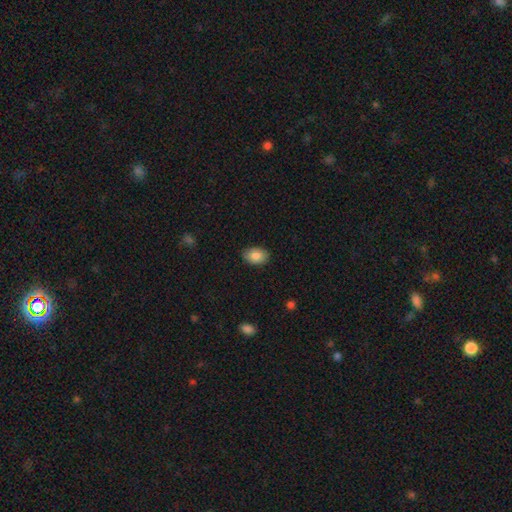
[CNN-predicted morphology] type=smooth (85%); roundness=in between (83%); merging=none (85%).